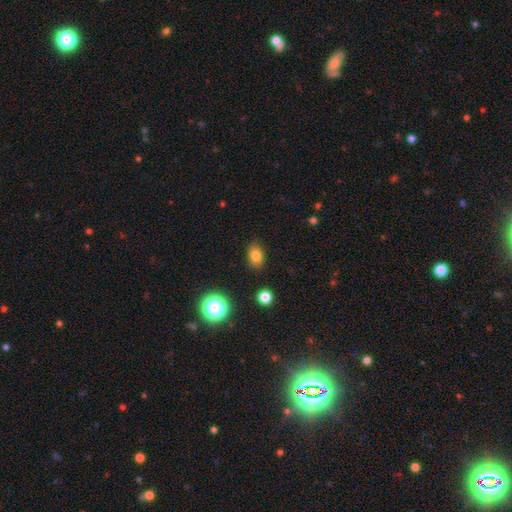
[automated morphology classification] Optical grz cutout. It shows a smooth galaxy with no disk features (79%) that is in between round and cigar-shaped (73%). Merging: none (87%).